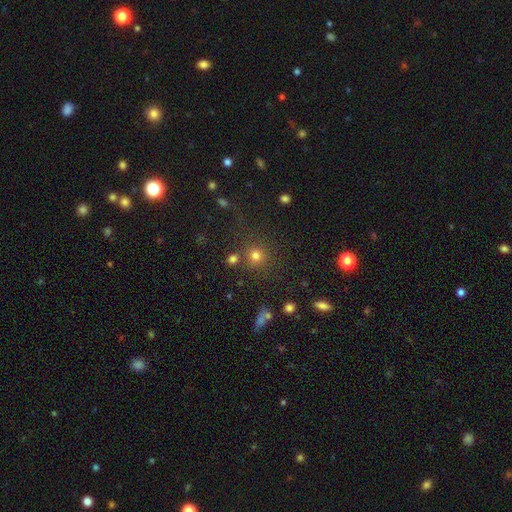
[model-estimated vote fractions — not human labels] Q: Smooth or featured?
A: smooth (73%); runner-up: star or artifact (19%)
Q: How rounded?
A: round (91%); runner-up: in between (8%)
Q: Merging?
A: none (78%); runner-up: minor disturbance (9%)